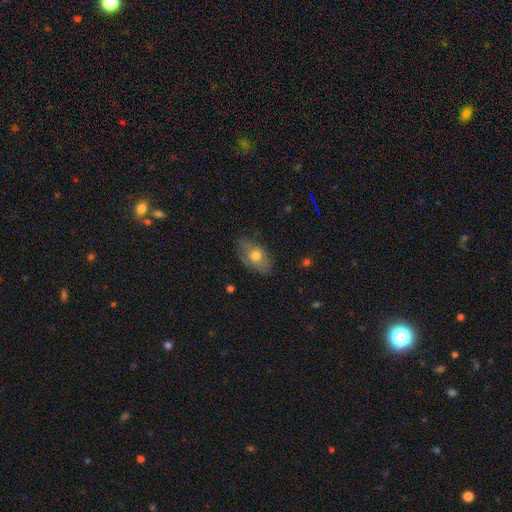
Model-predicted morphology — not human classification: Smooth or featured? Predicted: smooth (p=0.66). How rounded? Predicted: in between (p=0.87). Merging? Predicted: none (p=0.71).